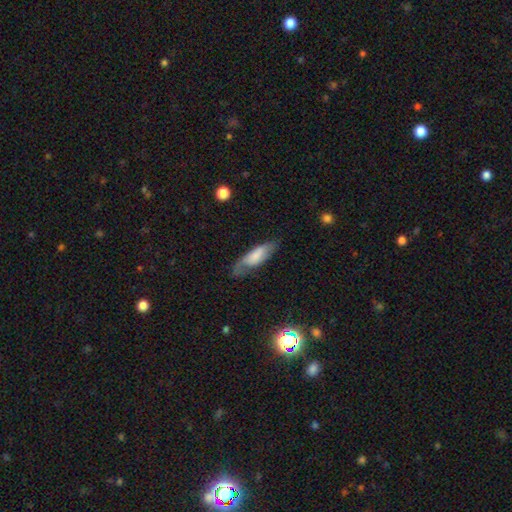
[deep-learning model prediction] smooth-or-featured: smooth: 66% | featured or disk: 28% | star or artifact: 7%
  how-rounded: in between: 59% | cigar-shaped: 39% | round: 2%
  merging: none: 56% | minor disturbance: 28% | major disturbance: 13% | merger: 2%